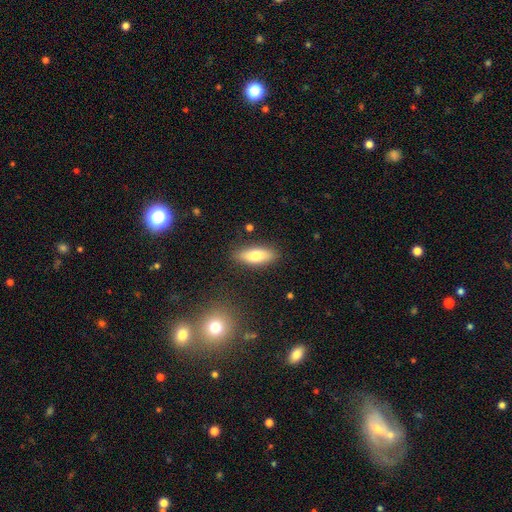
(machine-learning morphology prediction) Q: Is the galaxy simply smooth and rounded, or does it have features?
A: smooth — 73%.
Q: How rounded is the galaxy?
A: in between — 75%.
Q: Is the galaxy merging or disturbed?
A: none — 85%.